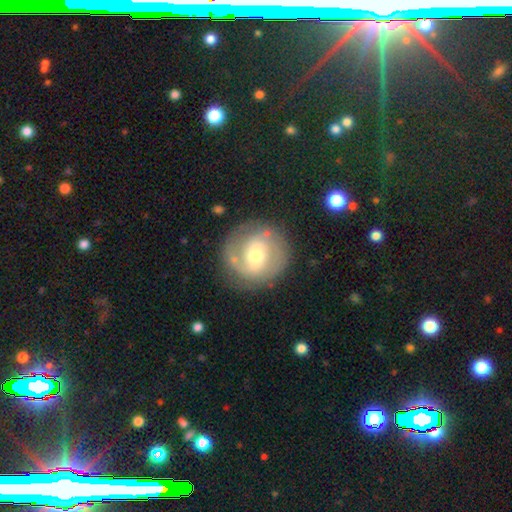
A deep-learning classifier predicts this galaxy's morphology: Smooth or featured? Predicted: featured or disk (p=0.68). Edge-on disk? Predicted: no (p=0.97). Bar? Predicted: weak (p=0.47). Spiral arms? Predicted: yes (p=0.82). Spiral winding? Predicted: medium (p=0.43). Spiral arm count? Predicted: 2 (p=0.76). Bulge size? Predicted: moderate (p=0.68). Merging? Predicted: none (p=0.79).